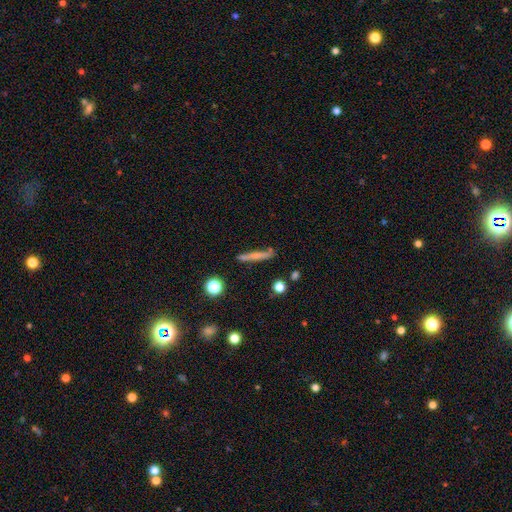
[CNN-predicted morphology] Smooth or featured? Predicted: smooth (p=0.59). How rounded? Predicted: cigar-shaped (p=0.92). Merging? Predicted: none (p=0.82).